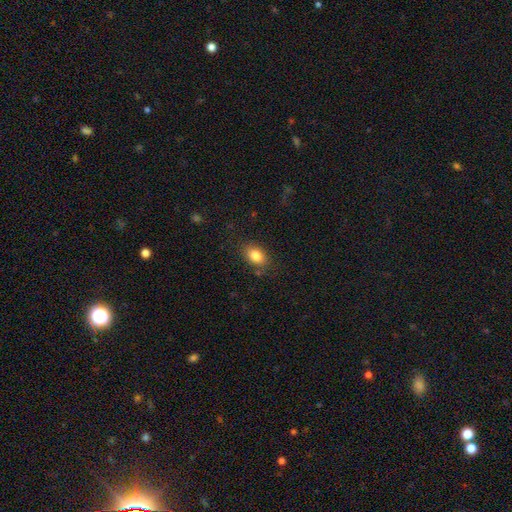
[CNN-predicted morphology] smooth_or_featured: smooth (p=0.83) [alt: star or artifact p=0.09]
how_rounded: in between (p=0.81) [alt: round p=0.18]
merging: none (p=0.82) [alt: minor disturbance p=0.13]